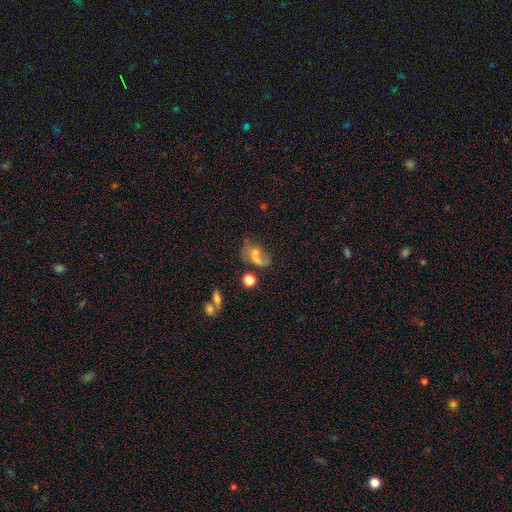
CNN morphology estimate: Smooth or featured: smooth — 46% (featured or disk — 39%)
Merging: none — 29% (major disturbance — 28%)